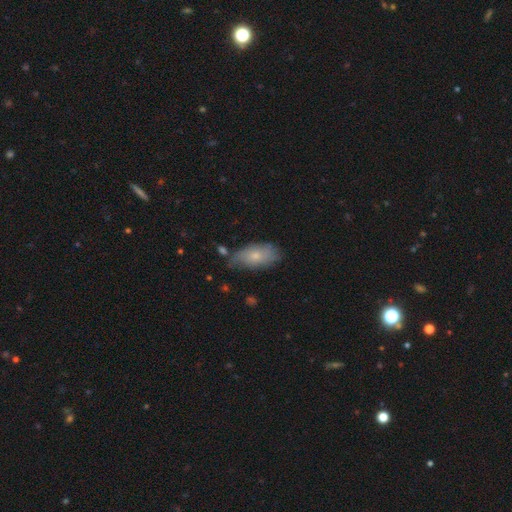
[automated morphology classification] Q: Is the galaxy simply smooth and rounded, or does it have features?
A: smooth — 70%.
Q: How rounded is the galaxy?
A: in between — 91%.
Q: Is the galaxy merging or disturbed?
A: none — 60%.